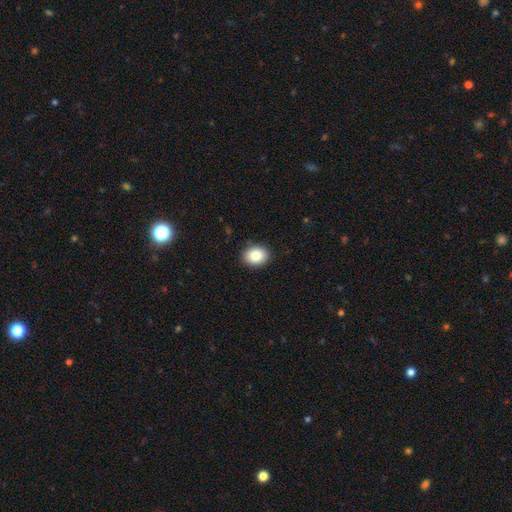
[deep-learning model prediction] Smooth or featured?
  - smooth: 84% *
  - star or artifact: 9%
  - featured or disk: 8%
How rounded?
  - in between: 50% *
  - round: 49%
  - cigar-shaped: 1%
Merging?
  - none: 90% *
  - minor disturbance: 7%
  - major disturbance: 2%
  - merger: 1%